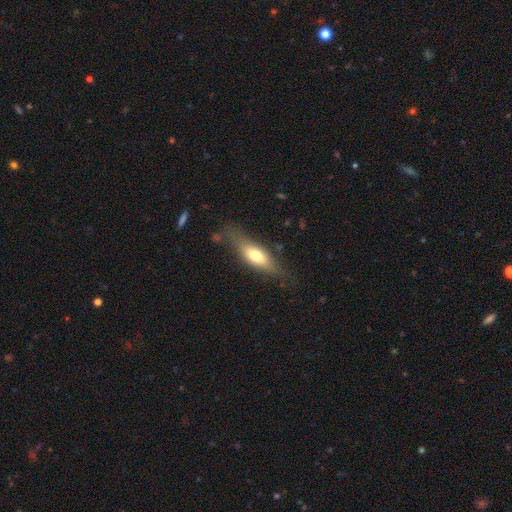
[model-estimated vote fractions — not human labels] Morphology: type=smooth (60%); roundness=in between (55%); merging=none (68%).